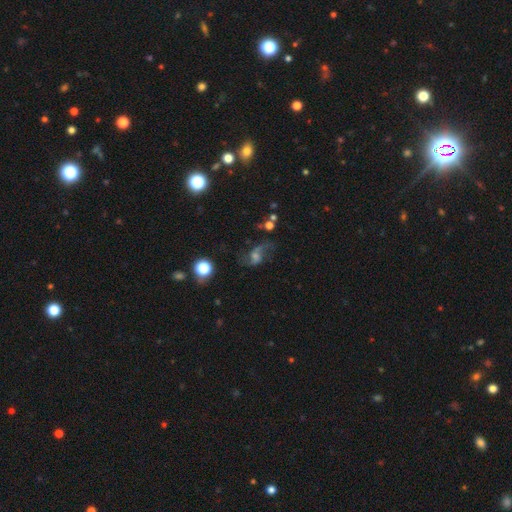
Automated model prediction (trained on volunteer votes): Overall: featured or disk (56%; star or artifact 22%). Edge-on disk: no (95%). Bar: no (55%; weak 36%). Spiral arms: yes (81%). Bulge size: small (35%; moderate 31%). Merging: none (46%; major disturbance 30%).